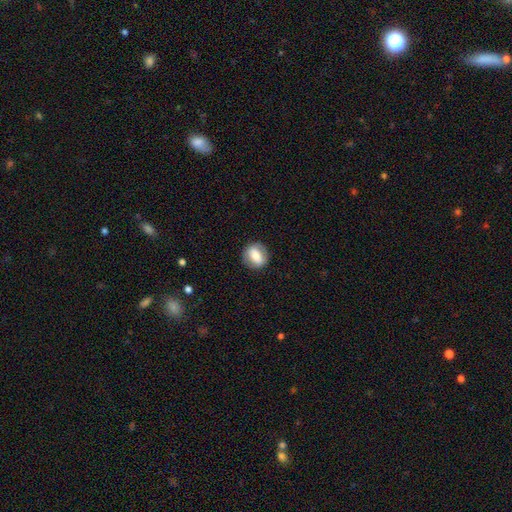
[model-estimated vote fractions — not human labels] Smooth or featured? Predicted: smooth (p=0.63). How rounded? Predicted: round (p=0.65). Merging? Predicted: none (p=0.86).